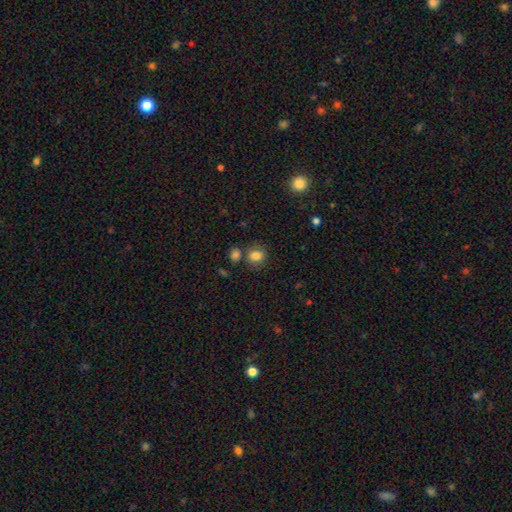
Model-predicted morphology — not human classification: smooth 82%, star or artifact 12%, featured or disk 7%. Down the decision tree: how rounded — round (50%); merging — none (66%).